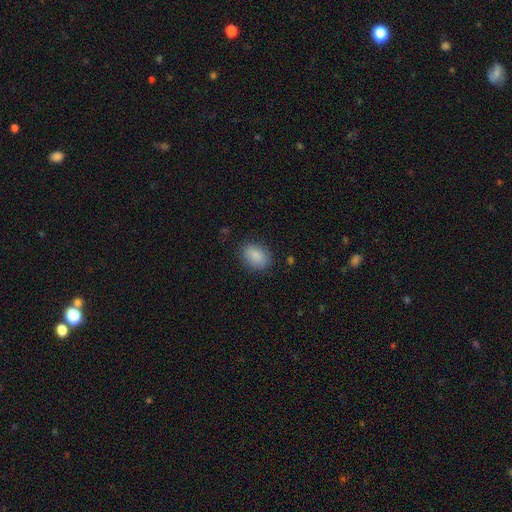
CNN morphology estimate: Q: Smooth or featured?
A: smooth (88%); runner-up: star or artifact (8%)
Q: How rounded?
A: in between (76%); runner-up: round (23%)
Q: Merging?
A: none (84%); runner-up: minor disturbance (12%)